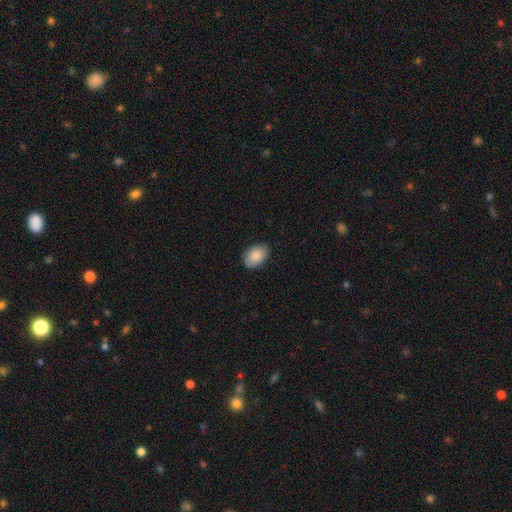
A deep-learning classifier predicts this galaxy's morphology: Overall: smooth (85%). How rounded: in between (81%). Merging: none (83%).